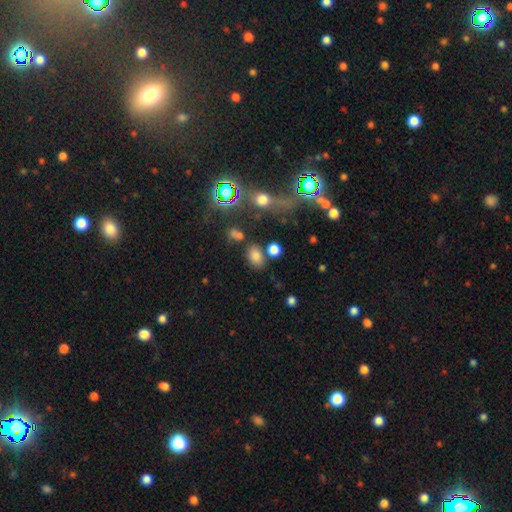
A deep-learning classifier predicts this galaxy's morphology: Smooth or featured?
  - smooth: 75% *
  - star or artifact: 18%
  - featured or disk: 7%
How rounded?
  - in between: 80% *
  - round: 18%
  - cigar-shaped: 2%
Merging?
  - none: 73% *
  - minor disturbance: 12%
  - merger: 10%
  - major disturbance: 5%